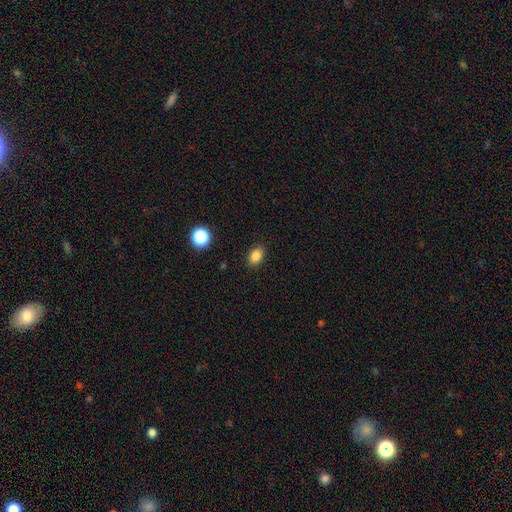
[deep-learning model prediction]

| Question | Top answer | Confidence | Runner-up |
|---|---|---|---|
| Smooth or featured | smooth | 85% | star or artifact (11%) |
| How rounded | in between | 78% | round (21%) |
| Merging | none | 88% | minor disturbance (8%) |